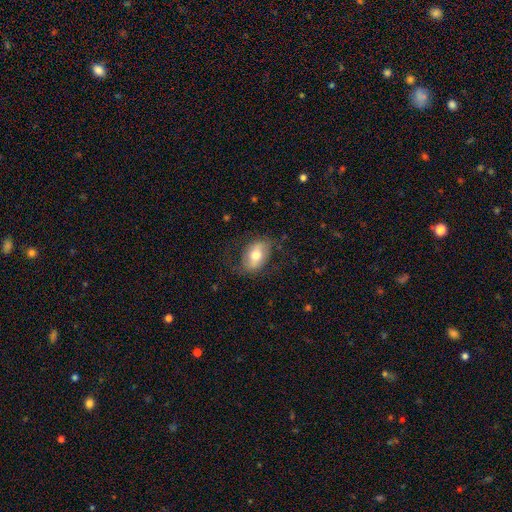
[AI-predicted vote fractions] The model was most divided on "smooth or featured": smooth: 59%, featured or disk: 35%, star or artifact: 7%. More confident: how rounded — in between (85%); merging — none (72%).